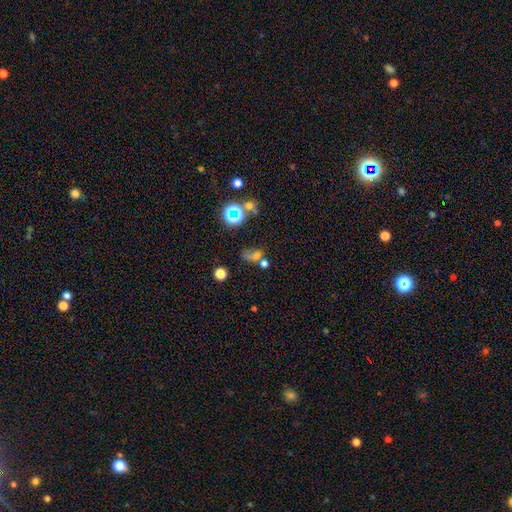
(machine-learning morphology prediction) type=smooth (53%); roundness=in between (56%); merging=none (34%, tied with merger).